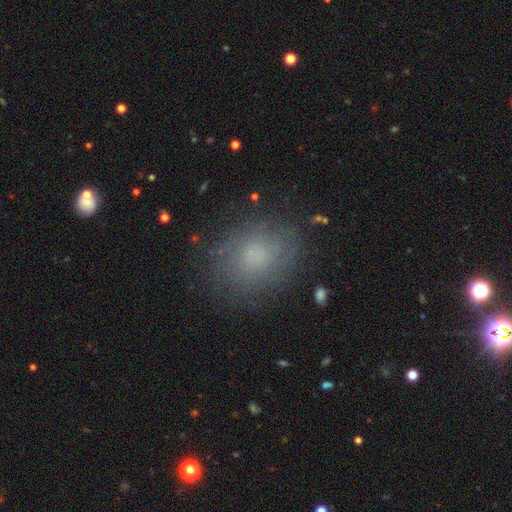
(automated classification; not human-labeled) Smooth or featured: smooth — 64% (featured or disk — 22%)
How rounded: round — 50% (in between — 49%)
Merging: none — 78% (minor disturbance — 14%)